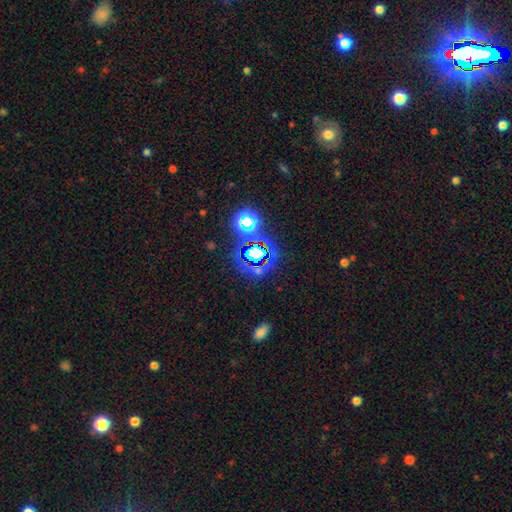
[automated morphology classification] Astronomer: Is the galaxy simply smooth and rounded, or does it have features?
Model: star or artifact — 73%.